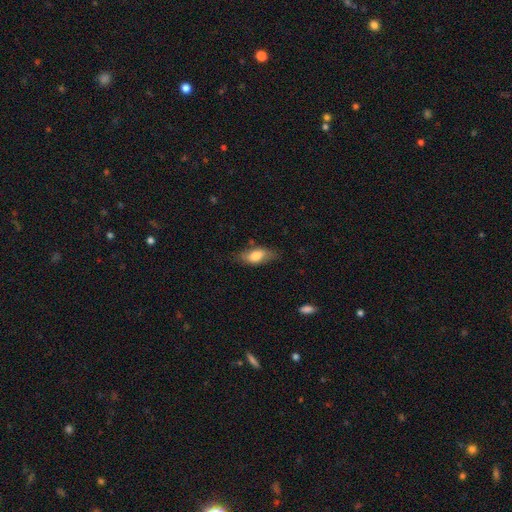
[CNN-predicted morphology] type=smooth (71%); roundness=in between (83%); merging=none (70%).